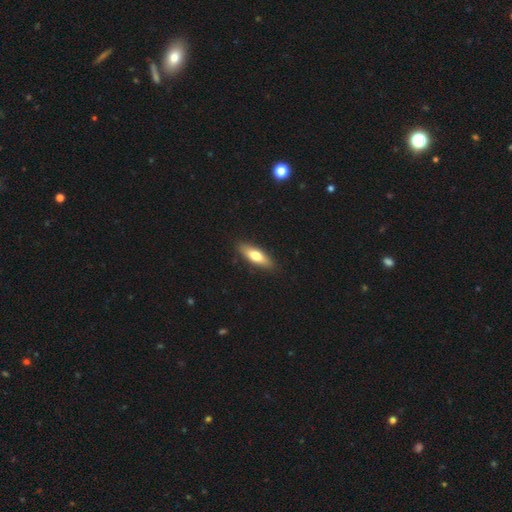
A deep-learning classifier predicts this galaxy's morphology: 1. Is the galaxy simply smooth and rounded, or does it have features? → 68% smooth, 26% featured or disk, 6% star or artifact.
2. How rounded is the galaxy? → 52% in between, 46% cigar-shaped, 2% round.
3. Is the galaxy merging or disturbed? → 88% none, 9% minor disturbance, 2% major disturbance, 1% merger.